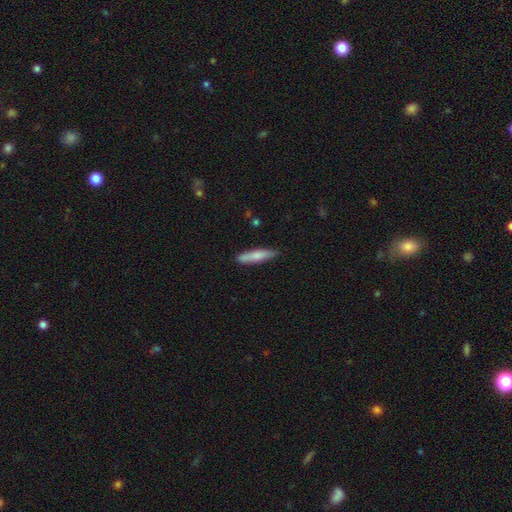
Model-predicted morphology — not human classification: This is likely a smooth galaxy (73%). How rounded: clearly cigar-shaped (84%). Merging: clearly none (81%).